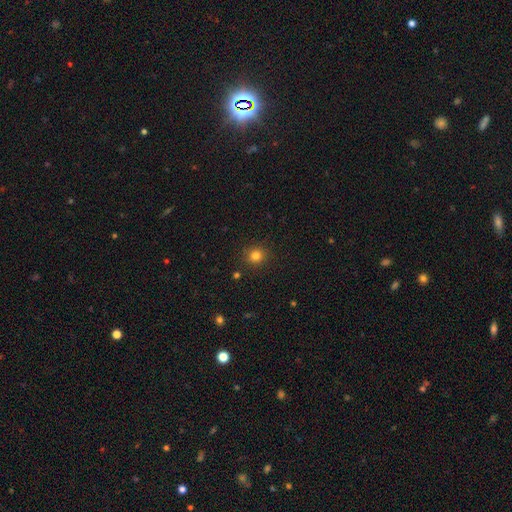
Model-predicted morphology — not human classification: type=smooth (81%); roundness=round (90%); merging=none (89%).